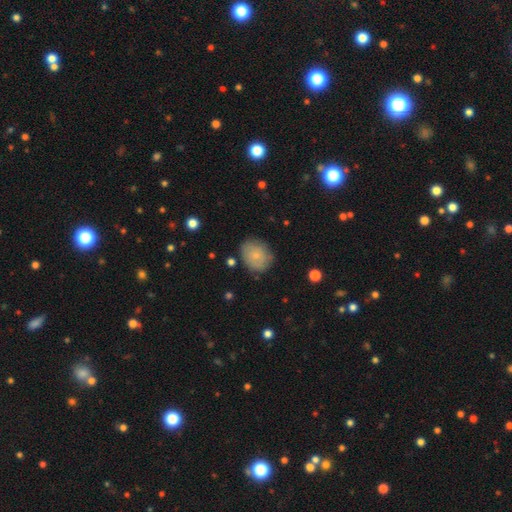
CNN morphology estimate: This appears to be a smooth galaxy with no disk features (73%) that is in between round and cigar-shaped (51%). Merging: none (76%).